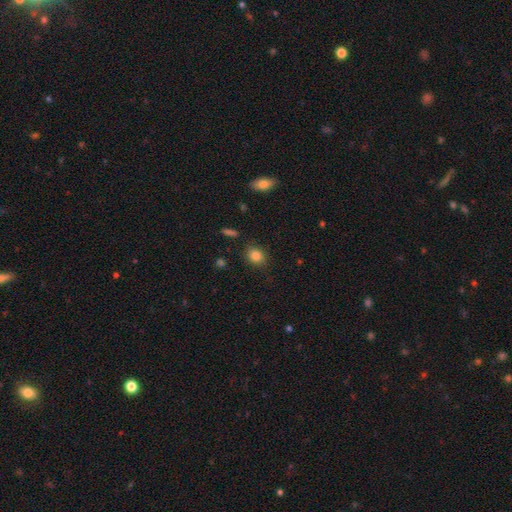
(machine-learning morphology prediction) type=smooth (83%); roundness=round (56%); merging=none (87%).